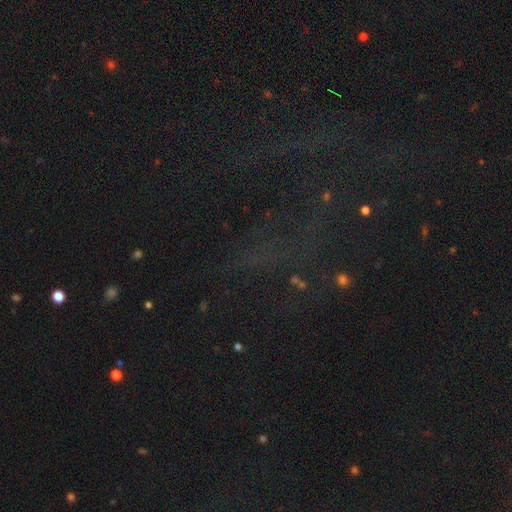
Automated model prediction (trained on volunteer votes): star or artifact 71%, smooth 16%, featured or disk 13%.